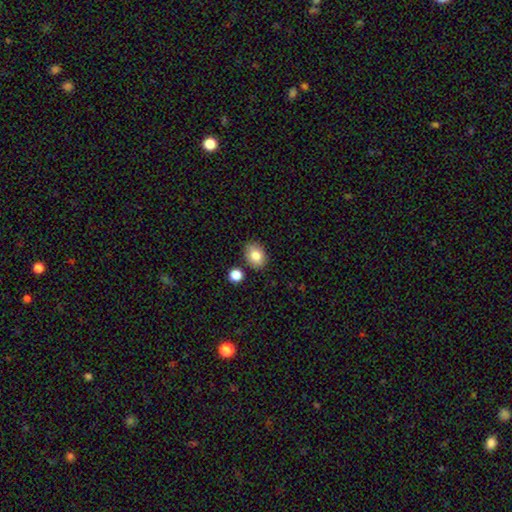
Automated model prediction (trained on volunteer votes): A smooth galaxy with no disk features (83%) that is in between round and cigar-shaped (63%). Merging: none (82%).